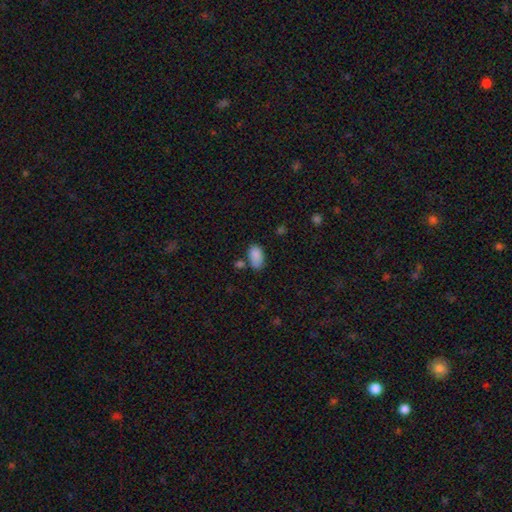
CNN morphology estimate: Overall: smooth (86%). How rounded: in between (91%). Merging: none (55%; minor disturbance 23%).